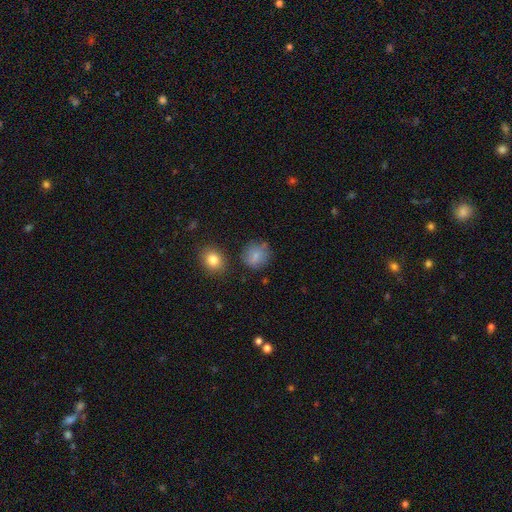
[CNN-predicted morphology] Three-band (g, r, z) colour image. It shows a smooth galaxy with no disk features (78%) that is round (80%). Merging: none (73%).